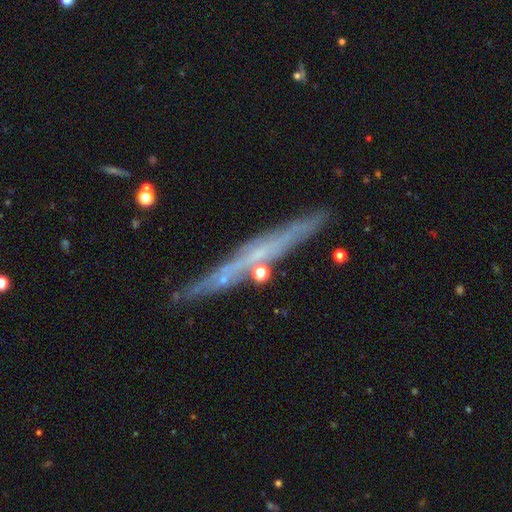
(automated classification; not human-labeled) Q: Smooth or featured?
A: featured or disk (65%); runner-up: smooth (27%)
Q: Edge-on disk?
A: yes (93%); runner-up: no (7%)
Q: Edge-on bulge?
A: none (72%); runner-up: rounded (24%)
Q: Merging?
A: none (83%); runner-up: minor disturbance (11%)